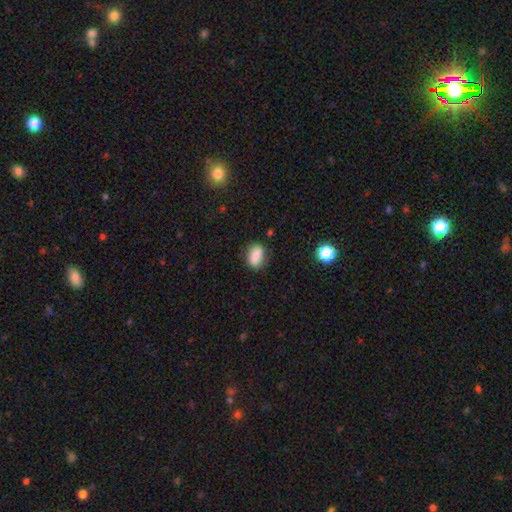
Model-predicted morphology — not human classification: This is likely a smooth galaxy (79%). How rounded: likely in between (78%). Merging: likely none (76%).